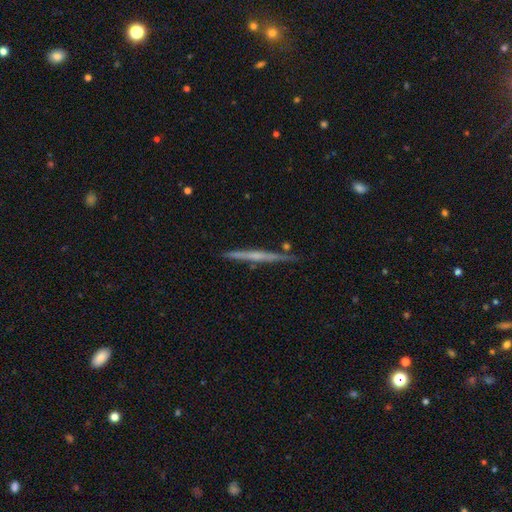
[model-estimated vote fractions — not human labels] Smooth or featured? Predicted: featured or disk (p=0.65). Edge-on disk? Predicted: yes (p=0.98). Edge-on bulge? Predicted: none (p=0.64). Merging? Predicted: none (p=0.86).